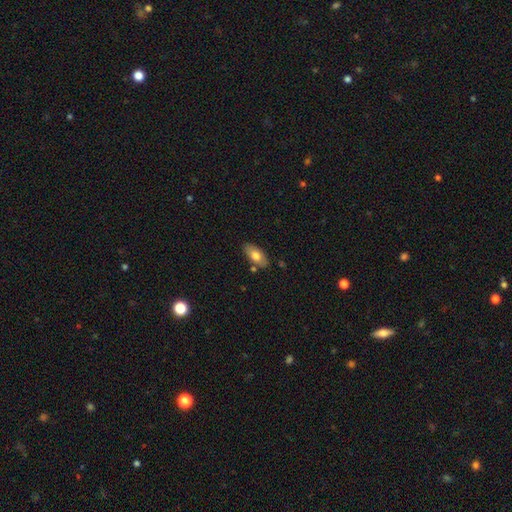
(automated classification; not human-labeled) Smooth or featured: smooth — 74% (featured or disk — 19%)
How rounded: in between — 91% (cigar-shaped — 7%)
Merging: none — 81% (minor disturbance — 12%)